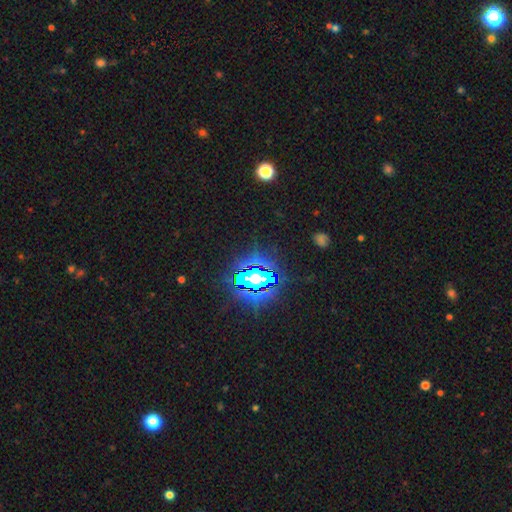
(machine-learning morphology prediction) A star or artifact, not a galaxy (83%).